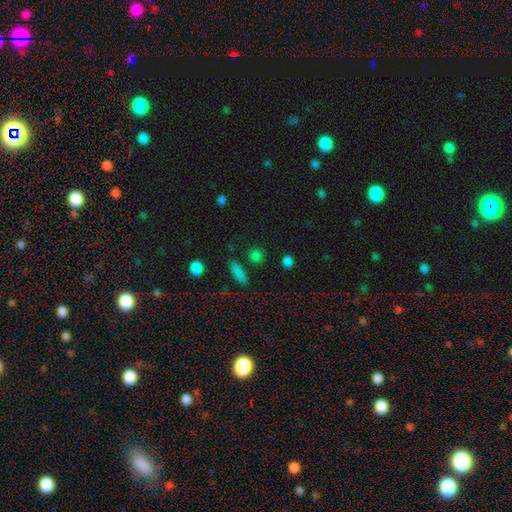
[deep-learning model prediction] A smooth galaxy with no disk features (75%) that is round (76%). Merging: none (84%).